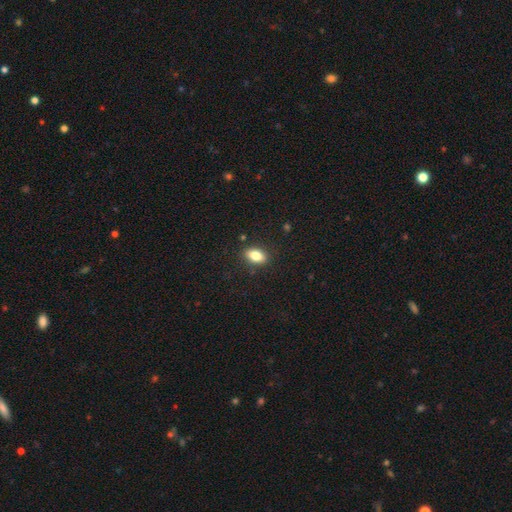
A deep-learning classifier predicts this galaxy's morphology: Smooth or featured?
  - smooth: 82% *
  - featured or disk: 10%
  - star or artifact: 9%
How rounded?
  - in between: 87% *
  - round: 9%
  - cigar-shaped: 4%
Merging?
  - none: 86% *
  - minor disturbance: 10%
  - major disturbance: 2%
  - merger: 1%